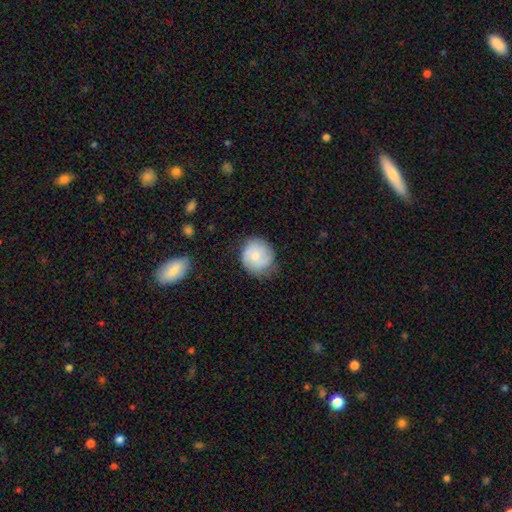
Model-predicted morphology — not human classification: Overall: smooth (71%). How rounded: round (85%). Merging: none (72%).